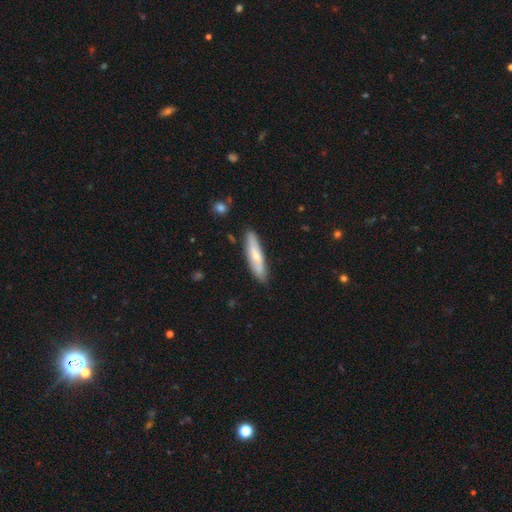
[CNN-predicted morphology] type=smooth (57%); roundness=cigar-shaped (76%); merging=none (84%).